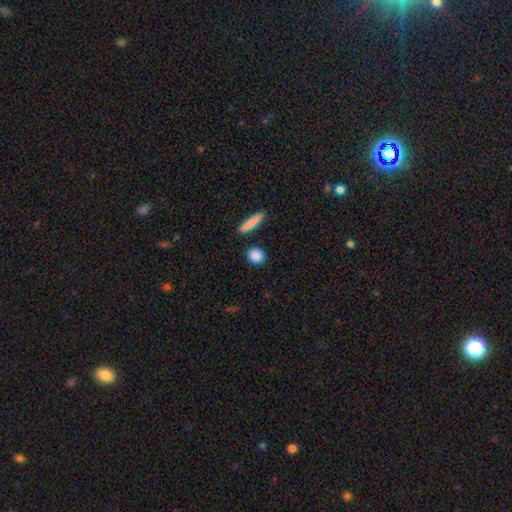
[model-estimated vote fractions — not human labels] A smooth galaxy with no disk features (88%) that is round (61%).

Vote fractions:
- Smooth or featured? smooth: 88% / star or artifact: 7% / featured or disk: 4%
- How rounded? round: 61% / in between: 33% / cigar-shaped: 6%
- Merging? none: 87% / minor disturbance: 7% / merger: 4% / major disturbance: 2%